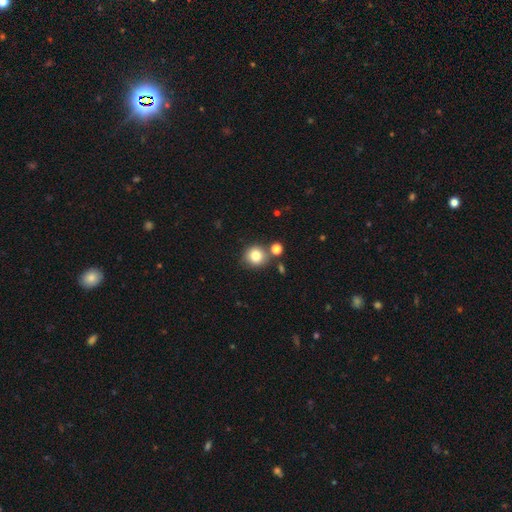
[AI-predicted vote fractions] A smooth galaxy with no disk features (81%) that is round (90%).

Vote fractions:
- Smooth or featured? smooth: 81% / star or artifact: 11% / featured or disk: 8%
- How rounded? round: 90% / in between: 9% / cigar-shaped: 1%
- Merging? none: 74% / merger: 13% / minor disturbance: 10% / major disturbance: 3%